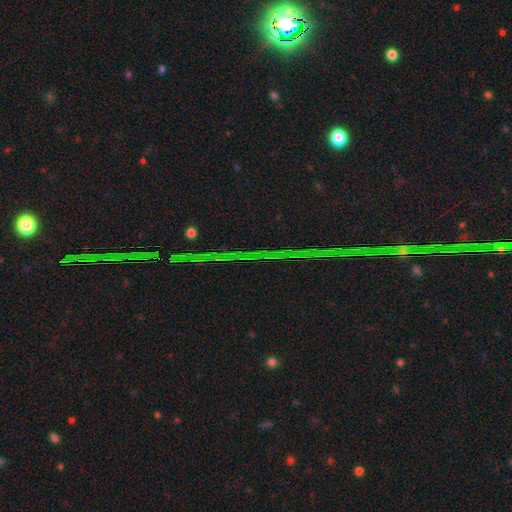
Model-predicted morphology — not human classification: type=star or artifact (86%).